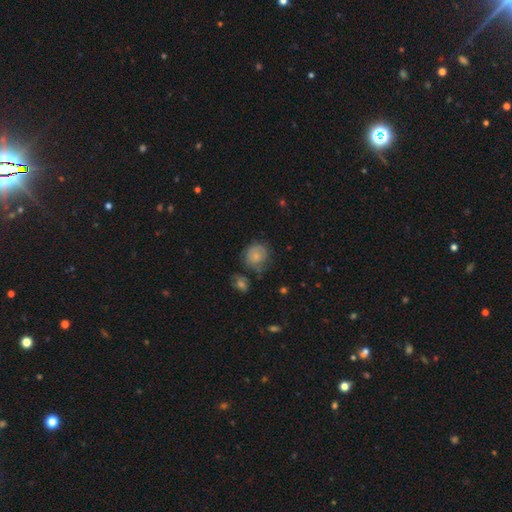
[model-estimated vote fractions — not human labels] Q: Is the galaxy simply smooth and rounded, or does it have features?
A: smooth — 67%.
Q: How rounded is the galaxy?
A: round — 80%.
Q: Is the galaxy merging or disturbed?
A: none — 60%.